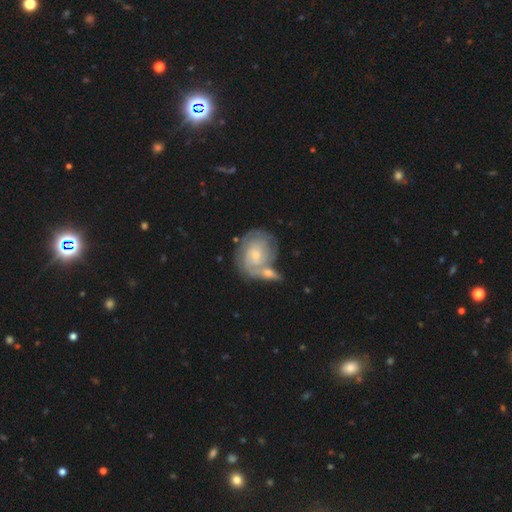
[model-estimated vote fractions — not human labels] The model was most divided on "merging": none: 42%, merger: 38%, minor disturbance: 14%, major disturbance: 6%. More confident: edge-on disk — no (96%); spiral arms — yes (85%); bar — no (75%); spiral winding — tight (72%); smooth or featured — featured or disk (71%); bulge size — small (67%); spiral arm count — can't tell (50%).